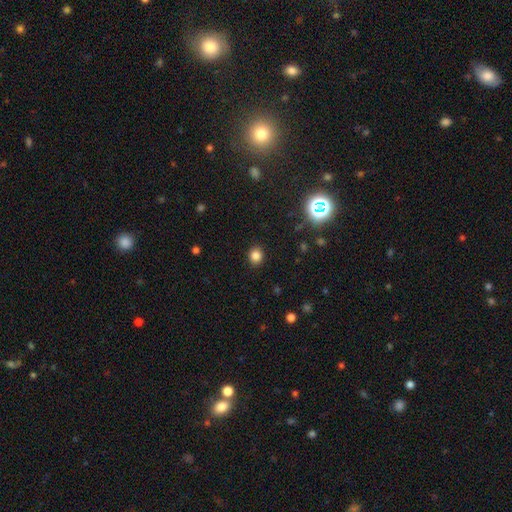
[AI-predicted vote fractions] Morphology: type=smooth (82%); roundness=round (74%); merging=none (90%).